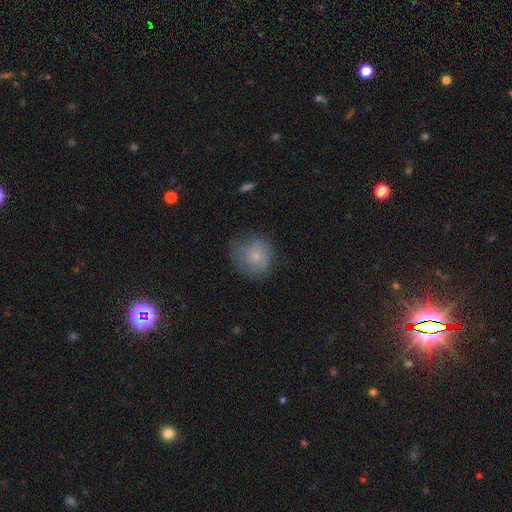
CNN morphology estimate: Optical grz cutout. It shows a smooth galaxy with no disk features (64%) that is round (83%). Merging: none (56%).